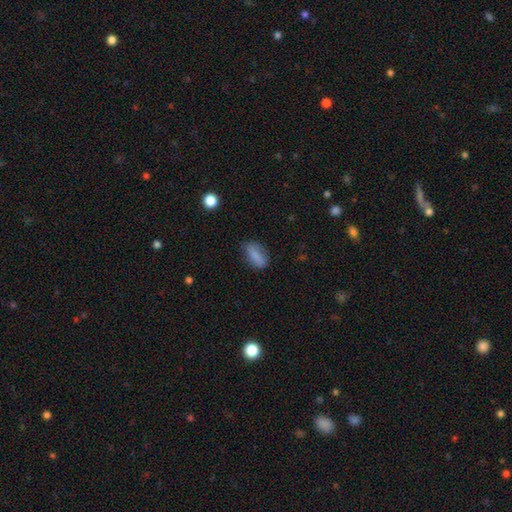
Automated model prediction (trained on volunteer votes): This appears to be a smooth galaxy with no disk features (79%) that is in between round and cigar-shaped (79%). Merging: none (68%).